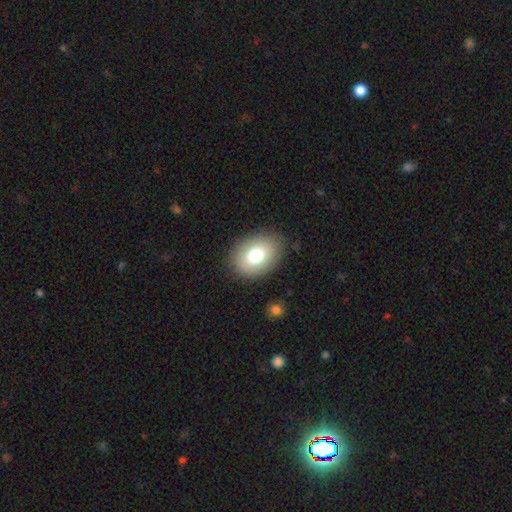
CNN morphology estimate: type=smooth (77%); roundness=in between (75%); merging=none (85%).